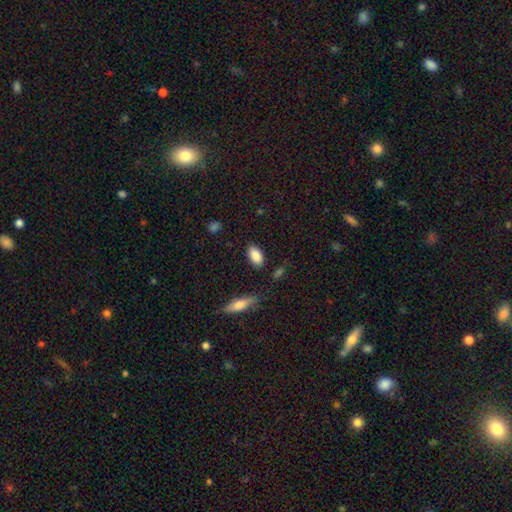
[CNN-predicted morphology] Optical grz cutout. It shows a smooth galaxy with no disk features (87%) that is in between round and cigar-shaped (92%). Merging: none (84%).